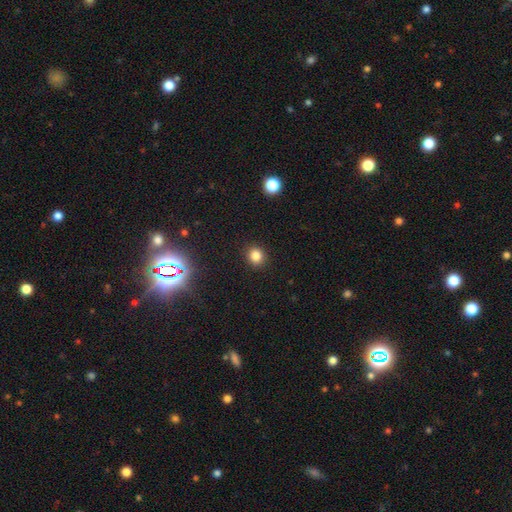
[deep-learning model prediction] smooth-or-featured: smooth: 82% | star or artifact: 14% | featured or disk: 4%
  how-rounded: round: 84% | in between: 15% | cigar-shaped: 1%
  merging: none: 91% | minor disturbance: 6% | major disturbance: 2% | merger: 1%